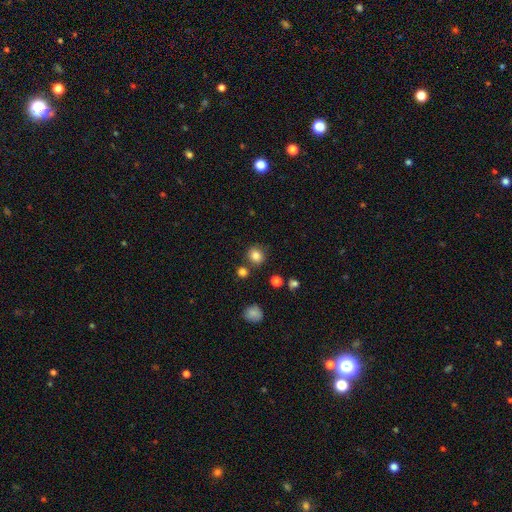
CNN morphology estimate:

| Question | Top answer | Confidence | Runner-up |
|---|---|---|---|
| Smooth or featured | smooth | 83% | star or artifact (12%) |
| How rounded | round | 81% | in between (18%) |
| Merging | none | 78% | minor disturbance (10%) |